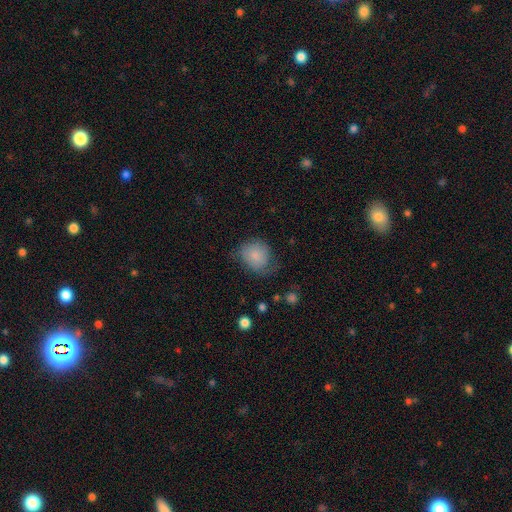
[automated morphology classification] Smooth or featured: smooth — 78% (featured or disk — 14%)
How rounded: round — 68% (in between — 31%)
Merging: none — 48% (minor disturbance — 34%)